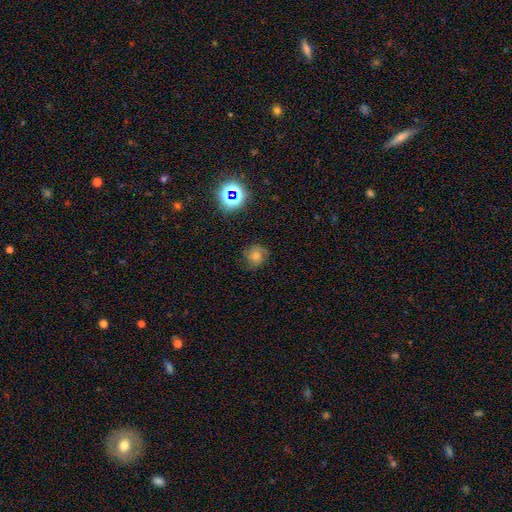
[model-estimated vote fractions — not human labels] Smooth or featured: smooth — 53% (featured or disk — 28%)
How rounded: round — 85% (in between — 14%)
Merging: none — 74% (minor disturbance — 18%)